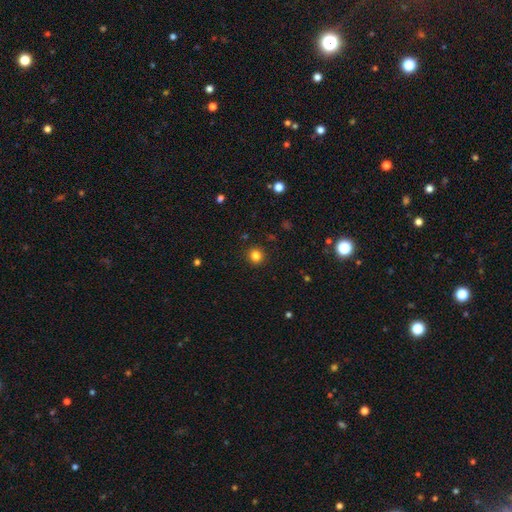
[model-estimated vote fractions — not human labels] This is clearly a smooth galaxy (82%). How rounded: clearly round (93%). Merging: clearly none (92%).